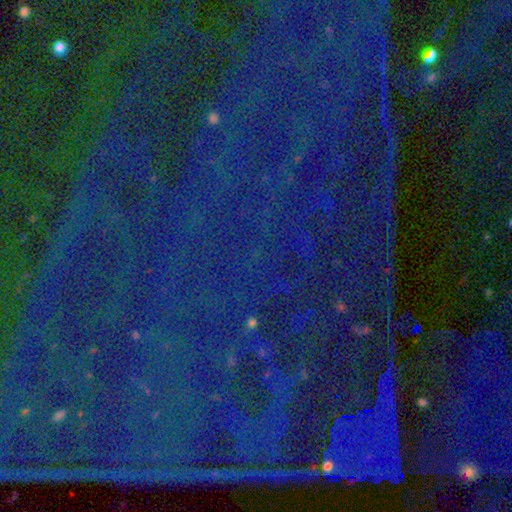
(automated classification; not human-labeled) The model was most divided on "smooth or featured": star or artifact: 86%, smooth: 7%, featured or disk: 7%.